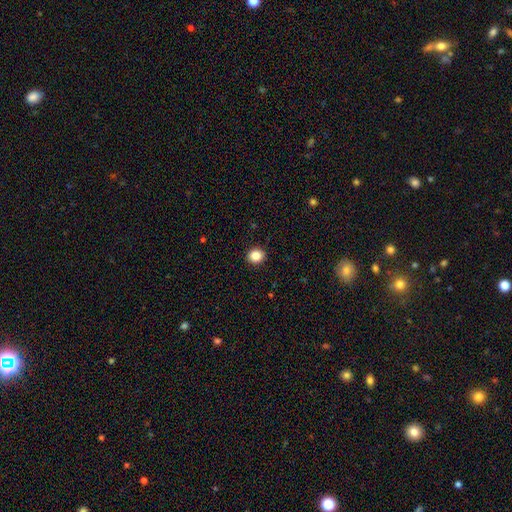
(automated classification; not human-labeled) Q: Smooth or featured?
A: smooth (86%); runner-up: star or artifact (10%)
Q: How rounded?
A: round (77%); runner-up: in between (22%)
Q: Merging?
A: none (92%); runner-up: minor disturbance (5%)